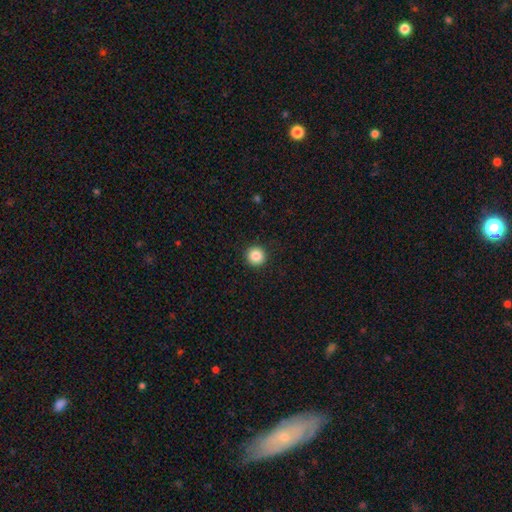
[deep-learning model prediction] Q: Smooth or featured?
A: smooth (86%); runner-up: star or artifact (10%)
Q: How rounded?
A: round (95%); runner-up: in between (4%)
Q: Merging?
A: none (92%); runner-up: minor disturbance (5%)